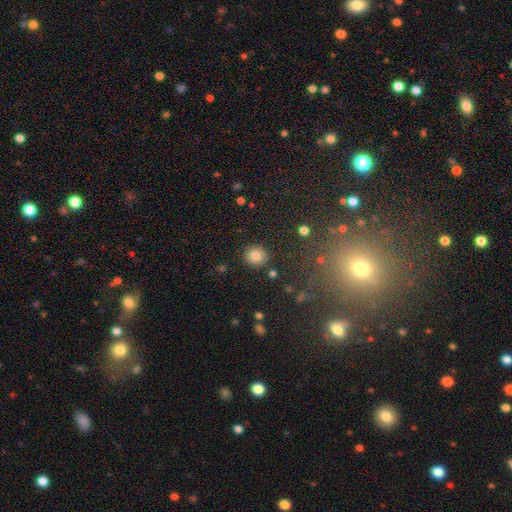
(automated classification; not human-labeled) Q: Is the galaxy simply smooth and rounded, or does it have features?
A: smooth — 81%.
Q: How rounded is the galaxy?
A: round — 90%.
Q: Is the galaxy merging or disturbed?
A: none — 89%.